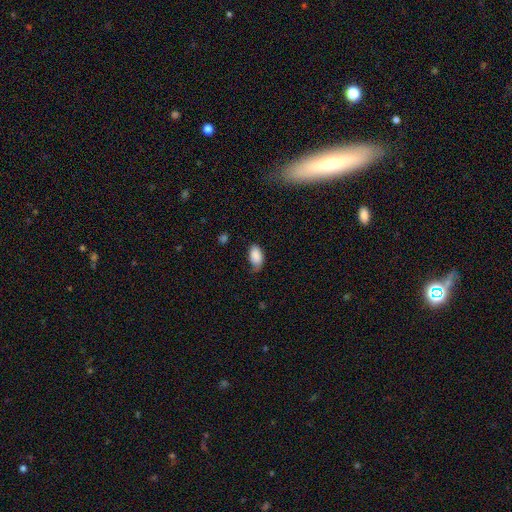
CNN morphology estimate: The model was most divided on "merging": none: 59%, minor disturbance: 33%, major disturbance: 7%, merger: 2%. More confident: how rounded — in between (94%); smooth or featured — smooth (88%).